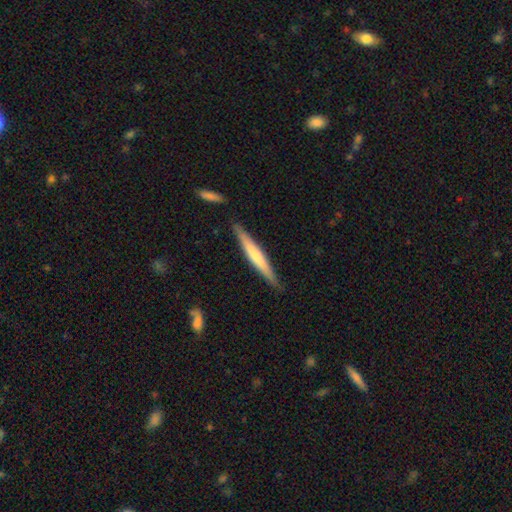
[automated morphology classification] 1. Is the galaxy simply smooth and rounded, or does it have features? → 48% featured or disk, 47% smooth, 5% star or artifact.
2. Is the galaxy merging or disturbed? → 89% none, 8% minor disturbance, 2% merger, 1% major disturbance.